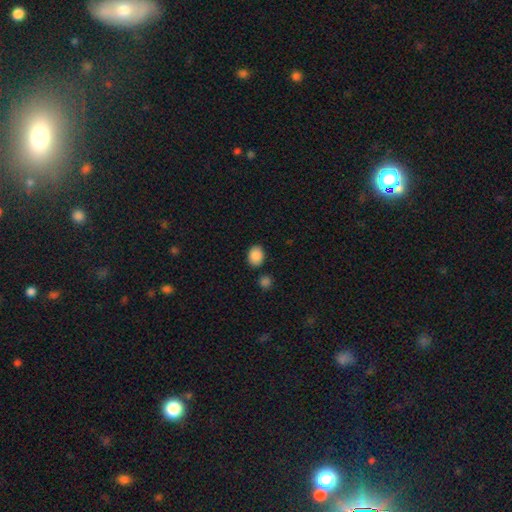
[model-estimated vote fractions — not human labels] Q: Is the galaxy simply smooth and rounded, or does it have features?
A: smooth — 89%.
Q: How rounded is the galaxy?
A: in between — 63%.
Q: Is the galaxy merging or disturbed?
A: none — 82%.